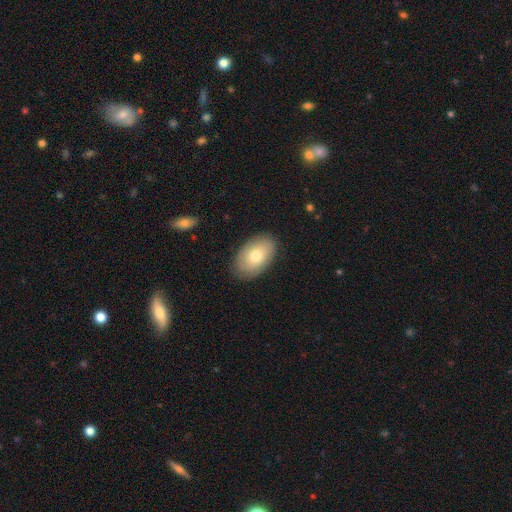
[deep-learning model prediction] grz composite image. It shows a smooth galaxy with no disk features (65%) that is in between round and cigar-shaped (91%). Merging: none (84%).